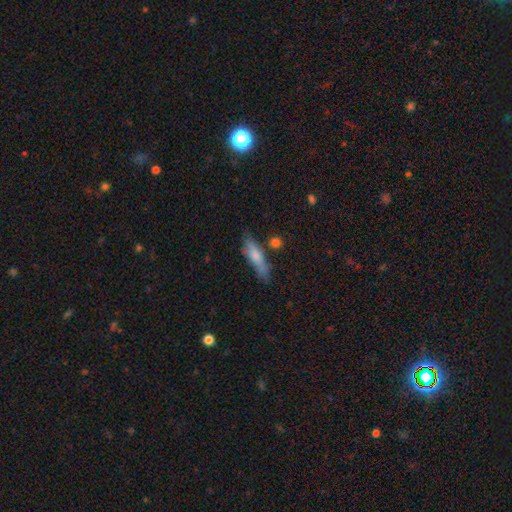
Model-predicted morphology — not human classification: Overall: smooth (71%). How rounded: cigar-shaped (68%; in between 30%). Merging: none (60%; minor disturbance 25%).